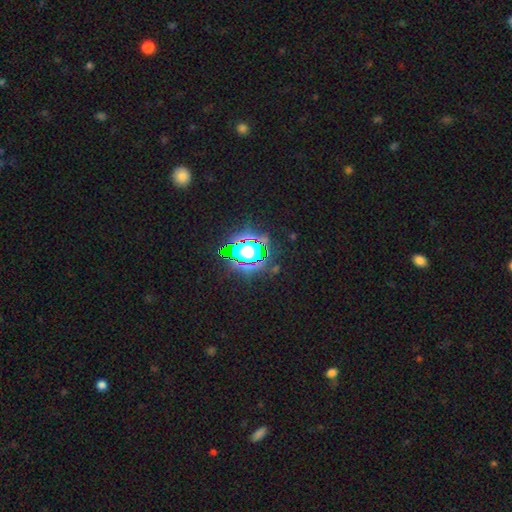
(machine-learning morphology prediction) This appears to be a star or artifact, not a galaxy (82%).